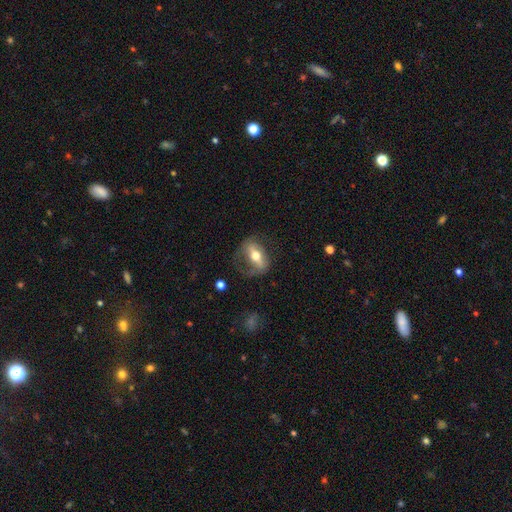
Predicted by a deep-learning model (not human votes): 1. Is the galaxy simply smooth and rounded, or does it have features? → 59% featured or disk, 34% smooth, 7% star or artifact.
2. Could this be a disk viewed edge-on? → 73% no, 27% yes.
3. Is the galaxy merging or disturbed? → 59% none, 21% minor disturbance, 17% major disturbance, 2% merger.